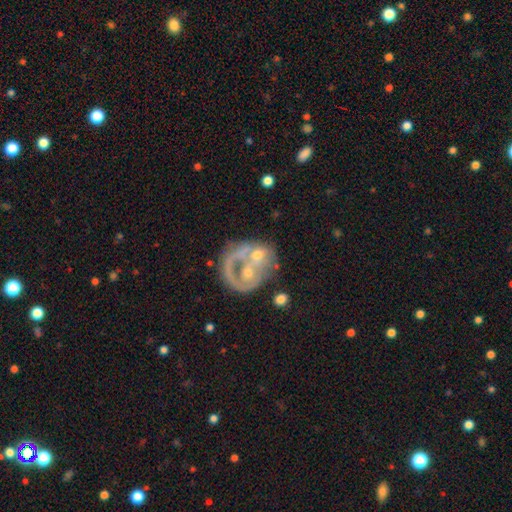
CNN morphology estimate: Smooth or featured? Predicted: featured or disk (p=0.69). Edge-on disk? Predicted: no (p=0.98). Bar? Predicted: no (p=0.82). Spiral arms? Predicted: no (p=0.60). Bulge size? Predicted: moderate (p=0.42). Merging? Predicted: merger (p=0.45).